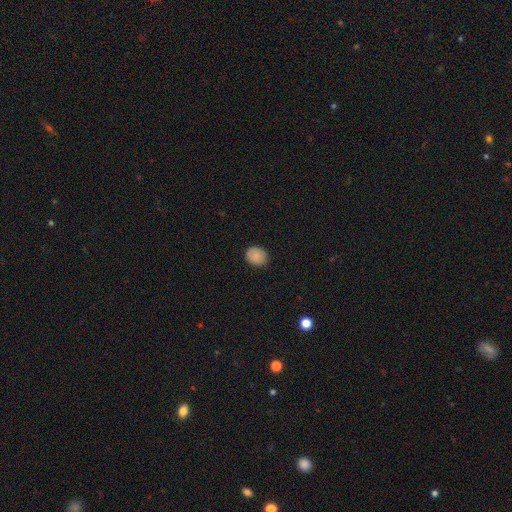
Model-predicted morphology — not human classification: The model was most divided on "how rounded": round: 61%, in between: 38%, cigar-shaped: 1%. More confident: merging — none (87%); smooth or featured — smooth (87%).